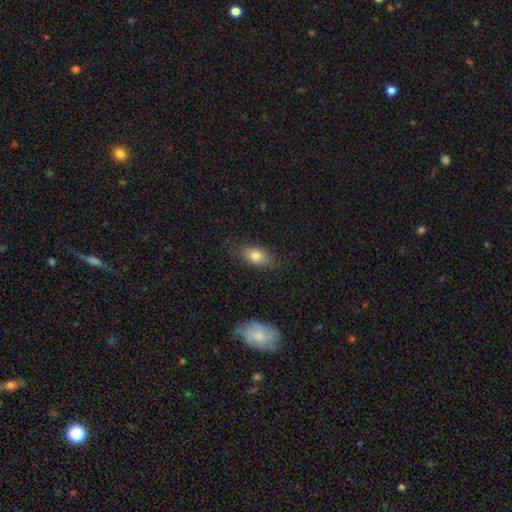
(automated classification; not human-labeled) smooth-or-featured: smooth: 81% | featured or disk: 11% | star or artifact: 8%
  how-rounded: in between: 86% | round: 8% | cigar-shaped: 6%
  merging: none: 82% | minor disturbance: 13% | major disturbance: 3% | merger: 1%